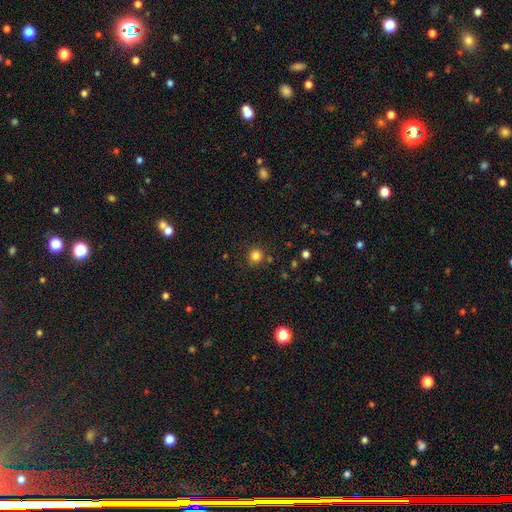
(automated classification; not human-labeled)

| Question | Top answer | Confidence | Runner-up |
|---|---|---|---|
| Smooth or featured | smooth | 82% | star or artifact (14%) |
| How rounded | round | 91% | in between (8%) |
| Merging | none | 84% | minor disturbance (9%) |